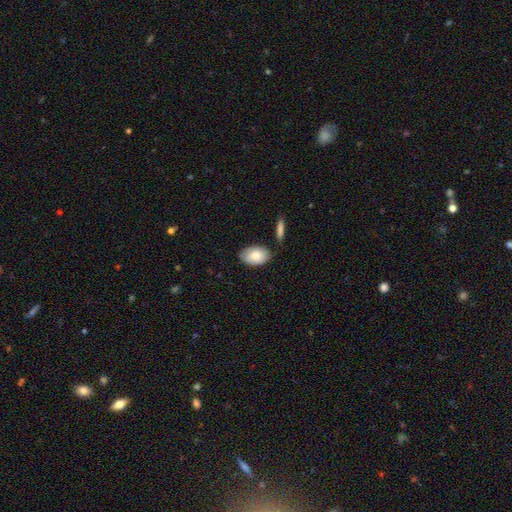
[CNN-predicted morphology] This is clearly a smooth galaxy (81%). How rounded: clearly in between (92%). Merging: likely none (74%).